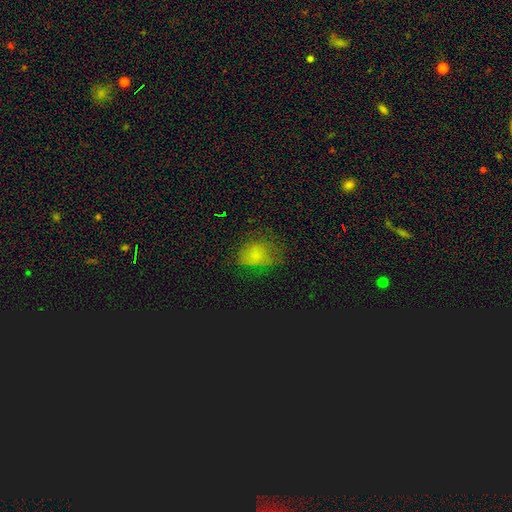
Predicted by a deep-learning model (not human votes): smooth 60%, star or artifact 23%, featured or disk 17%. Down the decision tree: how rounded — in between (65%); merging — none (47%).